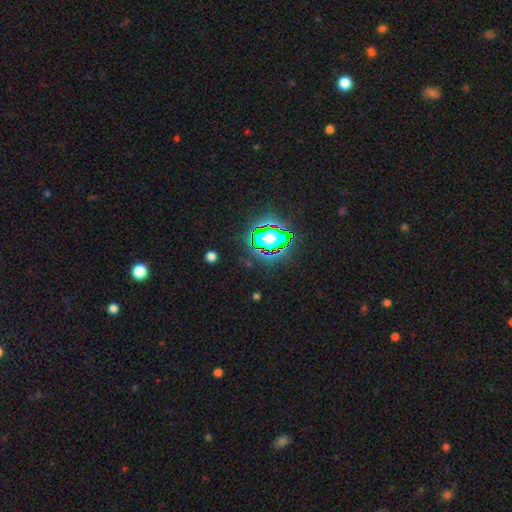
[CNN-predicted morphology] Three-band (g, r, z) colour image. It shows a star or artifact, not a galaxy (81%).